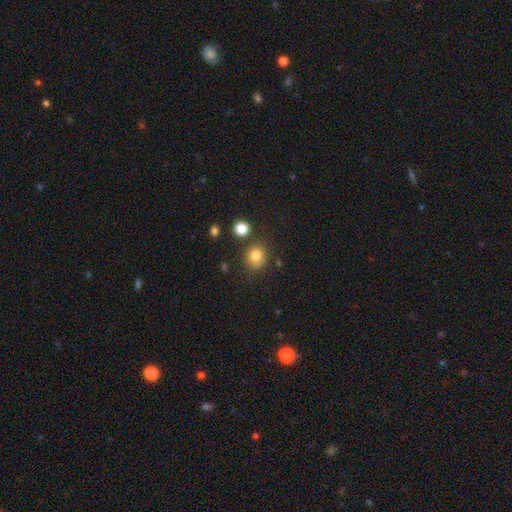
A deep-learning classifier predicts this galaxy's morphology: Smooth or featured?
  - smooth: 81% *
  - star or artifact: 12%
  - featured or disk: 7%
How rounded?
  - round: 76% *
  - in between: 23%
  - cigar-shaped: 1%
Merging?
  - none: 73% *
  - minor disturbance: 15%
  - merger: 7%
  - major disturbance: 4%